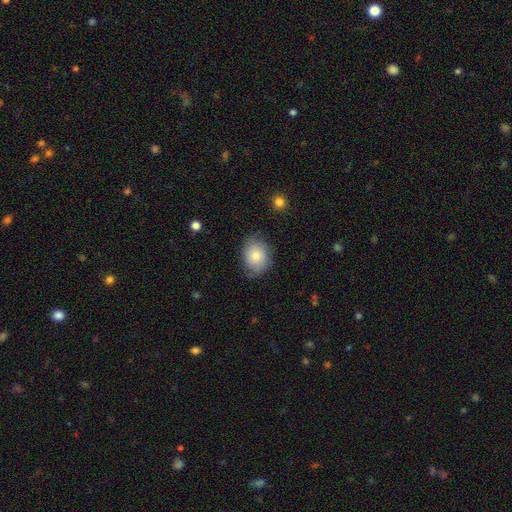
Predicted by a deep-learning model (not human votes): A smooth galaxy with no disk features (73%) that is in between round and cigar-shaped (56%).

Vote fractions:
- Smooth or featured? smooth: 73% / featured or disk: 20% / star or artifact: 8%
- How rounded? in between: 56% / round: 43% / cigar-shaped: 1%
- Merging? none: 68% / minor disturbance: 24% / major disturbance: 6% / merger: 1%